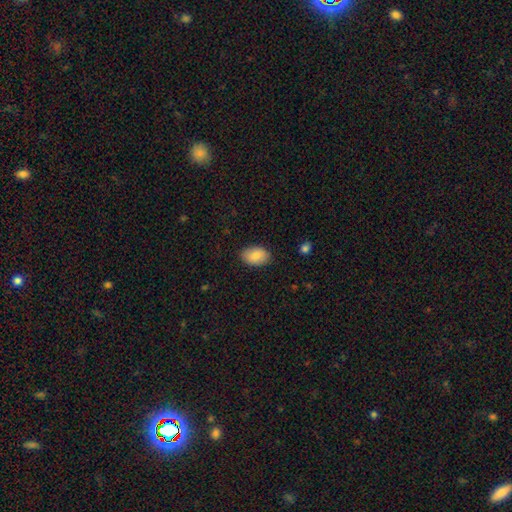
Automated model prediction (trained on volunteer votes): This appears to be a smooth galaxy with no disk features (86%) that is in between round and cigar-shaped (90%). Merging: none (86%).